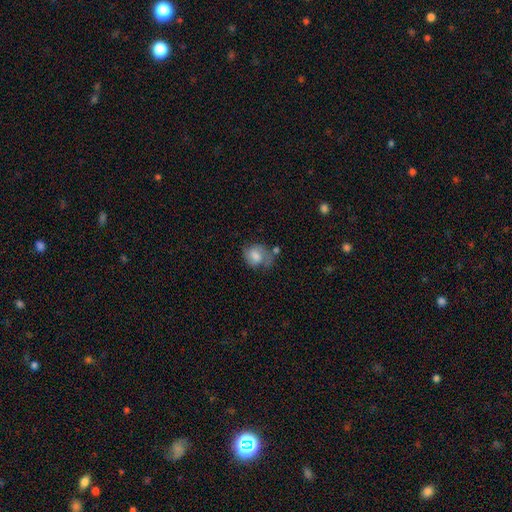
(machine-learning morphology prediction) A smooth galaxy with no disk features (57%) that is round (54%).

Vote fractions:
- Smooth or featured? smooth: 57% / featured or disk: 35% / star or artifact: 9%
- How rounded? round: 54% / in between: 45% / cigar-shaped: 1%
- Merging? none: 43% / minor disturbance: 29% / major disturbance: 18% / merger: 9%